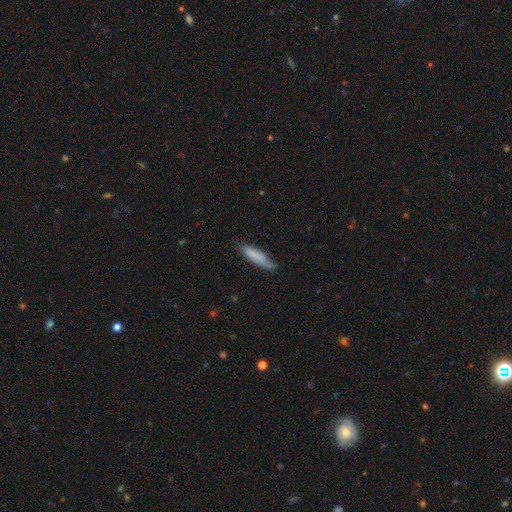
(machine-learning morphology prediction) Smooth or featured? smooth (77%)
How rounded? cigar-shaped (76%)
Merging? none (67%)